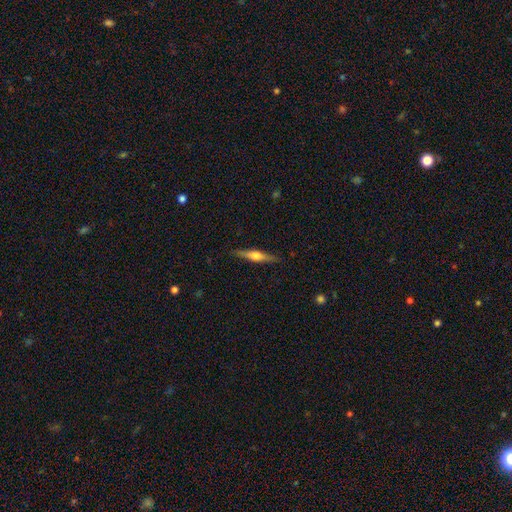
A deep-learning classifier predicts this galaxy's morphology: Overall: featured or disk (66%; smooth 28%). Edge-on disk: yes (97%). Edge-on bulge: rounded (92%). Merging: none (90%).